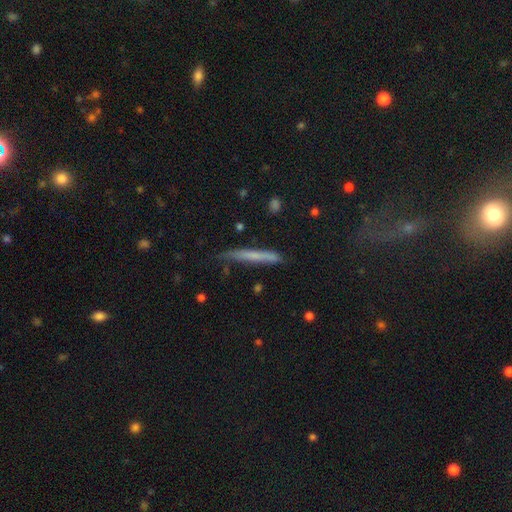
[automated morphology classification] Smooth or featured? Predicted: smooth (p=0.61). How rounded? Predicted: cigar-shaped (p=0.96). Merging? Predicted: none (p=0.76).